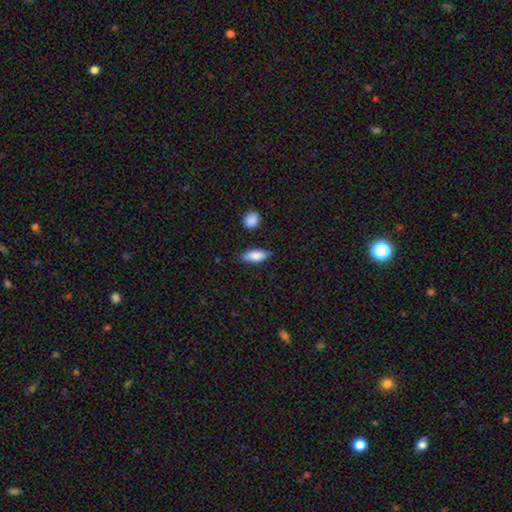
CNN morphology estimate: Smooth or featured: smooth — 84% (featured or disk — 9%)
How rounded: in between — 78% (cigar-shaped — 19%)
Merging: none — 80% (minor disturbance — 15%)